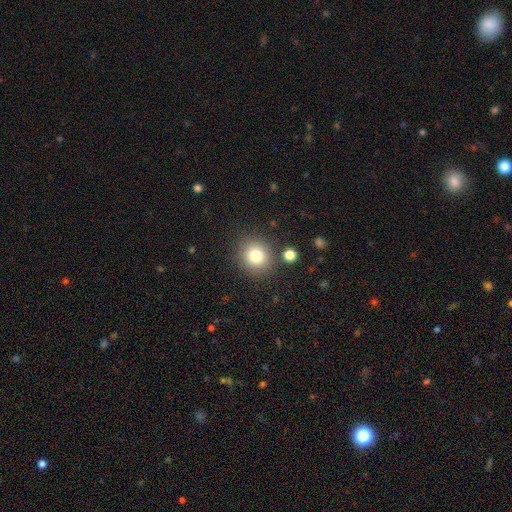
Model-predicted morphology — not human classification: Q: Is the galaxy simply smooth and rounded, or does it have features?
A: smooth — 80%.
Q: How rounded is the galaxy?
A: round — 84%.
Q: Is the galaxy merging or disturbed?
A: none — 82%.